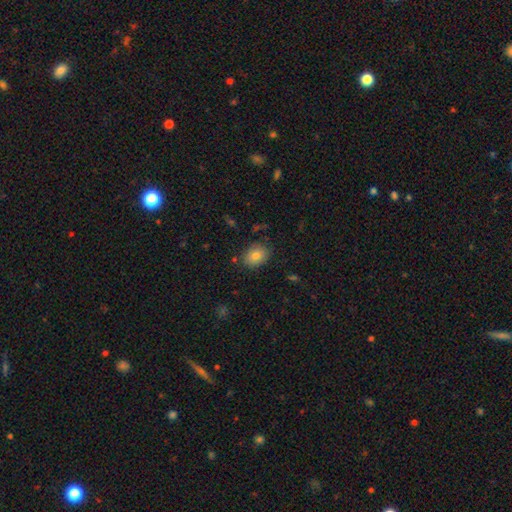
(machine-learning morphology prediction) A smooth galaxy with no disk features (81%) that is in between round and cigar-shaped (60%). Merging: none (83%).